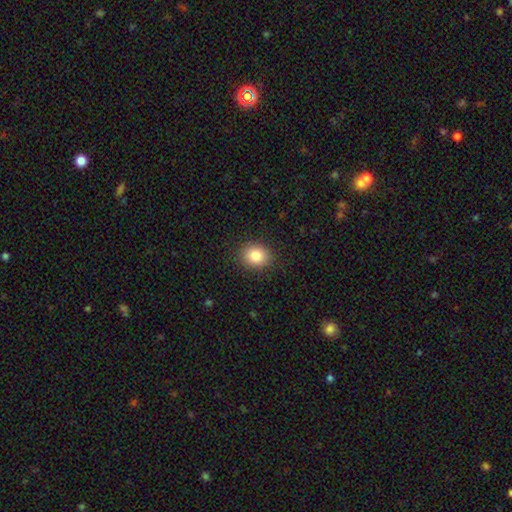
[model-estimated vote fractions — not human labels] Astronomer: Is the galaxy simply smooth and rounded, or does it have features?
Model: smooth — 84%.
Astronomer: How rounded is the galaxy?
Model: round — 62% (runner-up: in between, 38%).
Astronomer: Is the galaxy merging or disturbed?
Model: none — 89%.